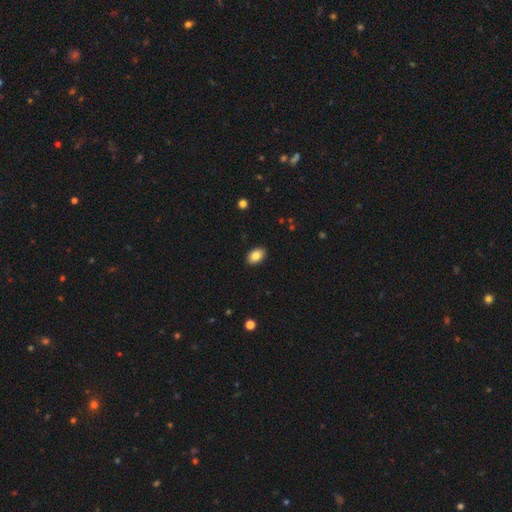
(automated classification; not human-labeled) Smooth or featured?
  - smooth: 84% *
  - star or artifact: 8%
  - featured or disk: 8%
How rounded?
  - in between: 87% *
  - round: 12%
  - cigar-shaped: 1%
Merging?
  - none: 90% *
  - minor disturbance: 8%
  - major disturbance: 2%
  - merger: 1%